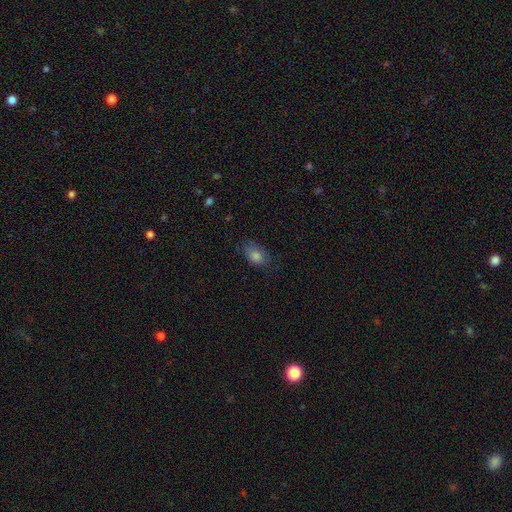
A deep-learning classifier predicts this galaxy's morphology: smooth-or-featured: smooth: 78% | star or artifact: 12% | featured or disk: 10%
  how-rounded: in between: 82% | round: 16% | cigar-shaped: 2%
  merging: none: 70% | minor disturbance: 21% | major disturbance: 7% | merger: 1%